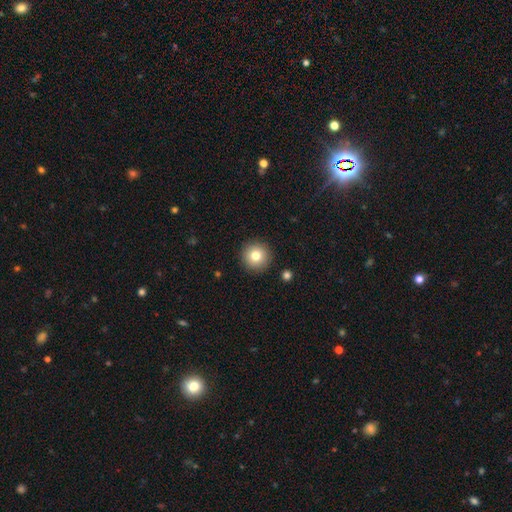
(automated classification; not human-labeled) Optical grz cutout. It shows a smooth galaxy with no disk features (78%) that is round (96%). Merging: none (92%).